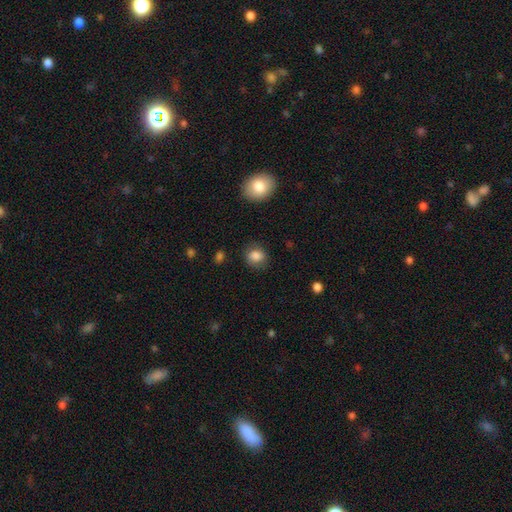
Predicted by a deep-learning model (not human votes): Morphology: type=smooth (84%); roundness=round (70%); merging=none (79%).